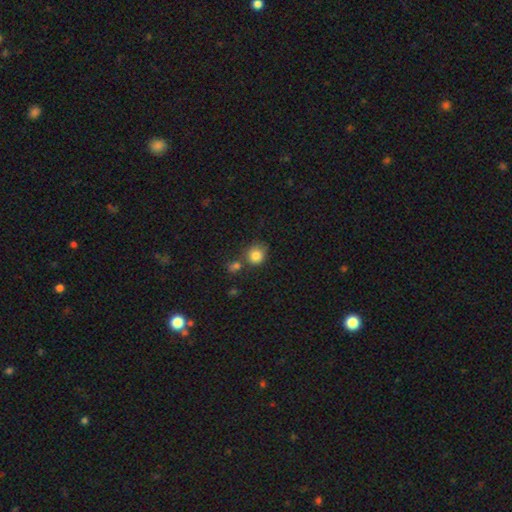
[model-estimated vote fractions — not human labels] This appears to be a smooth galaxy with no disk features (84%) that is round (82%). Merging: none (62%).